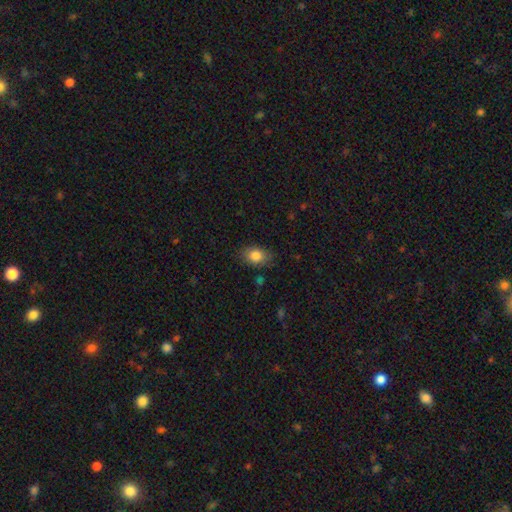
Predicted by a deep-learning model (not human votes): A smooth galaxy with no disk features (83%) that is in between round and cigar-shaped (75%).

Vote fractions:
- Smooth or featured? smooth: 83% / featured or disk: 8% / star or artifact: 8%
- How rounded? in between: 75% / round: 24% / cigar-shaped: 1%
- Merging? none: 80% / minor disturbance: 15% / major disturbance: 4% / merger: 1%